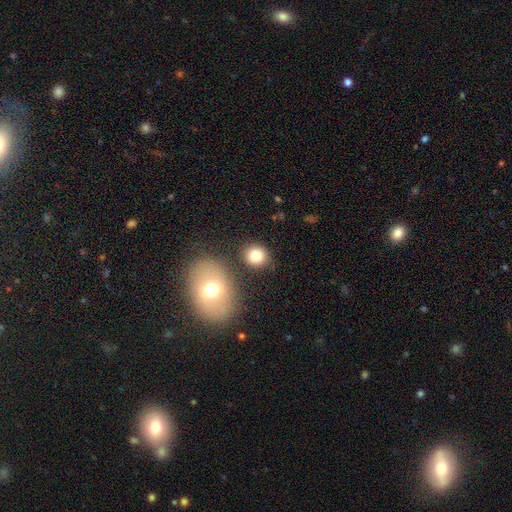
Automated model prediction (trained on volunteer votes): smooth-or-featured: smooth: 79% | star or artifact: 11% | featured or disk: 9%
  how-rounded: round: 76% | in between: 23% | cigar-shaped: 1%
  merging: none: 78% | minor disturbance: 9% | merger: 9% | major disturbance: 3%